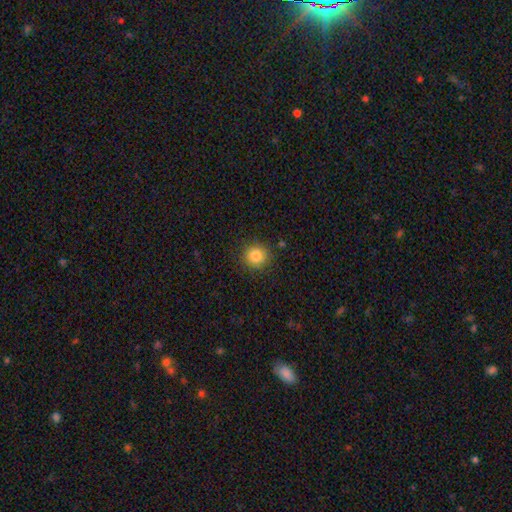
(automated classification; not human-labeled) smooth_or_featured: smooth (p=0.84) [alt: star or artifact p=0.11]
how_rounded: round (p=0.92) [alt: in between p=0.07]
merging: none (p=0.89) [alt: minor disturbance p=0.07]